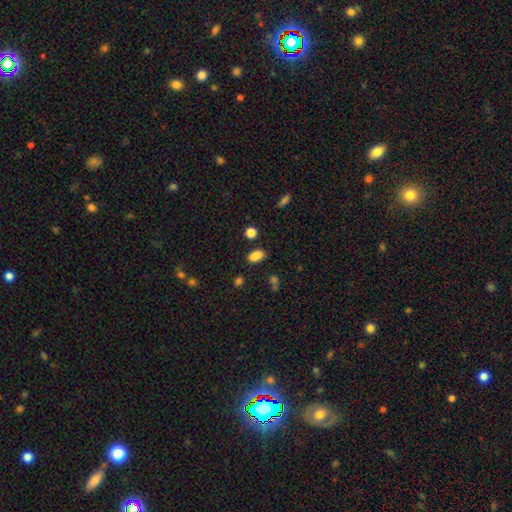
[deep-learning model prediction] smooth-or-featured: smooth: 81% | star or artifact: 13% | featured or disk: 6%
  how-rounded: in between: 83% | round: 14% | cigar-shaped: 3%
  merging: none: 66% | minor disturbance: 16% | merger: 14% | major disturbance: 5%